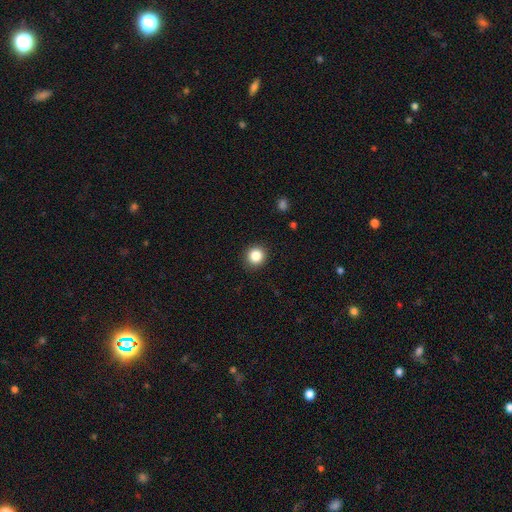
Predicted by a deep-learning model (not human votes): smooth 85%, star or artifact 11%, featured or disk 4%. Down the decision tree: how rounded — round (91%); merging — none (91%).